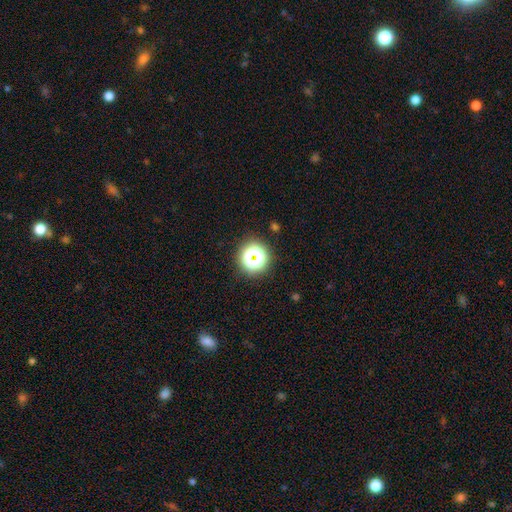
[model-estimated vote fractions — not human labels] star or artifact 49%, smooth 39%, featured or disk 12%.